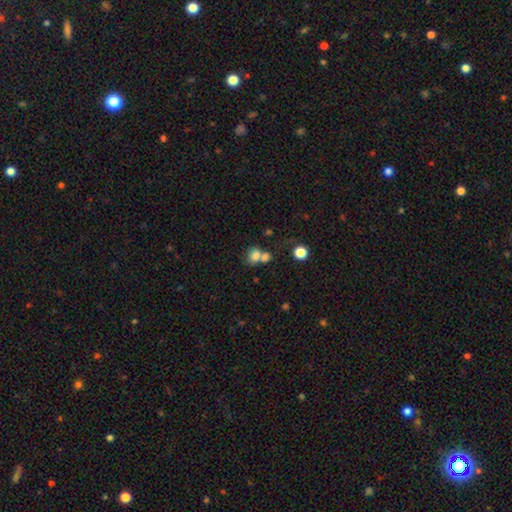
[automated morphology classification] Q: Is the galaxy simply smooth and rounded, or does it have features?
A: smooth — 77%.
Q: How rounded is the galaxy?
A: round — 51%.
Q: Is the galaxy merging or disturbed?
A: merger — 52%.